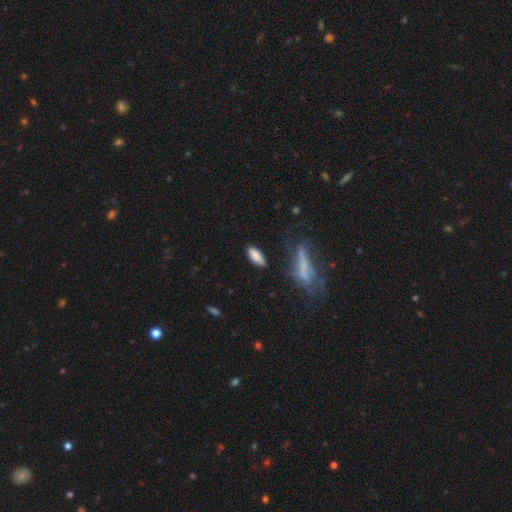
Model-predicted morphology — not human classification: Smooth or featured? smooth (86%)
How rounded? in between (81%)
Merging? none (80%)